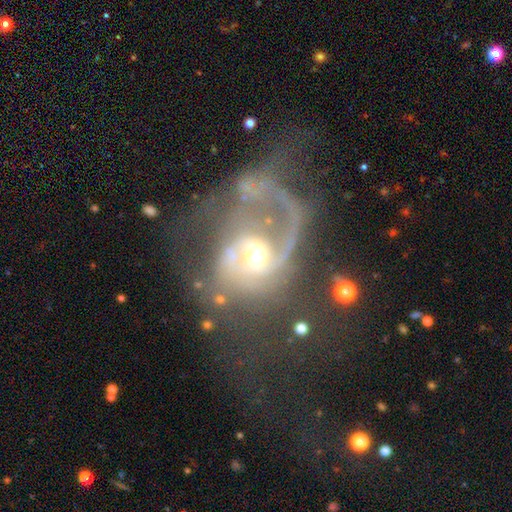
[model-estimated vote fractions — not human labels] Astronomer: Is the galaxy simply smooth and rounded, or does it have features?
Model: featured or disk — 83%.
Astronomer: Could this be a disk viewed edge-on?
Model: no — 98%.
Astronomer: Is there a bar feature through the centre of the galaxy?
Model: no — 57% (runner-up: weak, 34%).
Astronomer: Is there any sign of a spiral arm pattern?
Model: yes — 88%.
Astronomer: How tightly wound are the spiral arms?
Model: medium — 42% (runner-up: loose, 41%).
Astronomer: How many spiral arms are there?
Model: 1 — 48% (runner-up: 2, 32%).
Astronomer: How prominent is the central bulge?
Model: moderate — 59%.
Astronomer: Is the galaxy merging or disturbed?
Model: major disturbance — 51%.